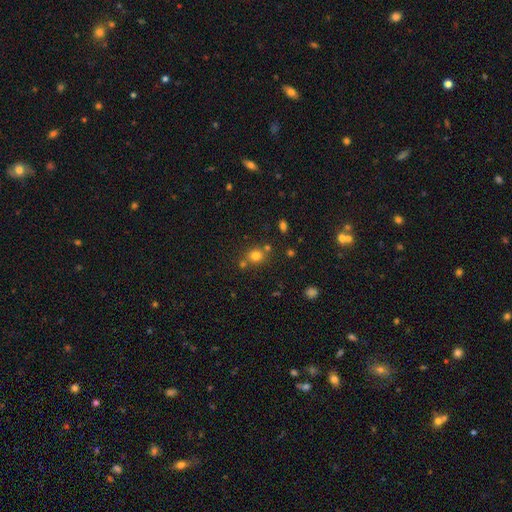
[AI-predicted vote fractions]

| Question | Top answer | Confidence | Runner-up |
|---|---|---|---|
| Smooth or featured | smooth | 76% | star or artifact (16%) |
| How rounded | round | 81% | in between (18%) |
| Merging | none | 66% | merger (20%) |